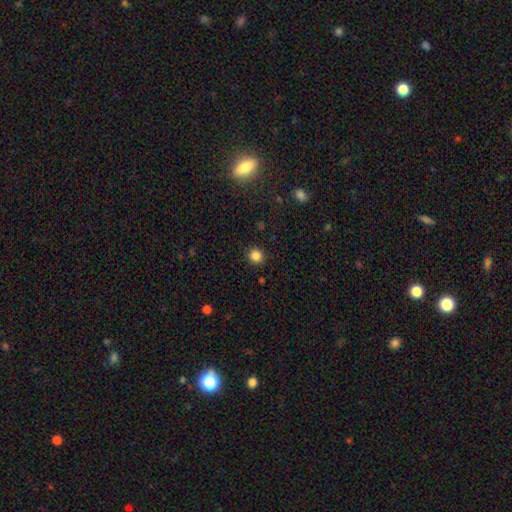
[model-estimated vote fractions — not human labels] This appears to be a smooth galaxy with no disk features (85%) that is round (87%). Merging: none (90%).